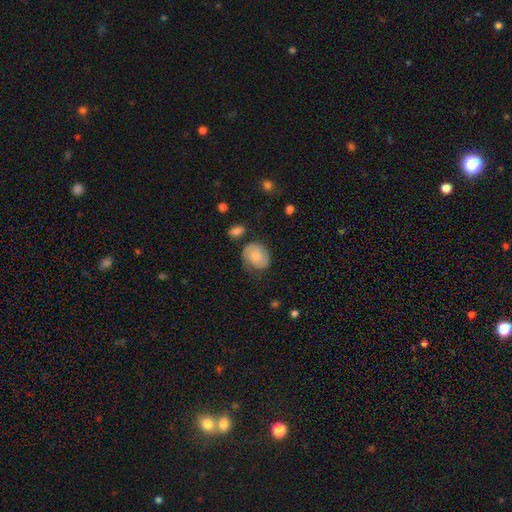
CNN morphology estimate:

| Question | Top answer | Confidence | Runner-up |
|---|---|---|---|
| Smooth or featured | smooth | 55% | featured or disk (38%) |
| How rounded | round | 58% | in between (41%) |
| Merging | none | 61% | minor disturbance (26%) |